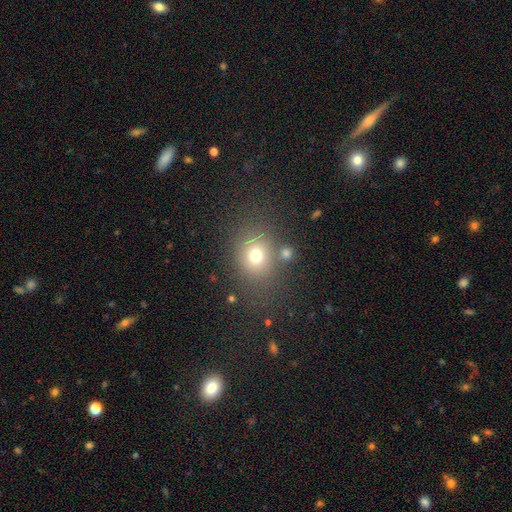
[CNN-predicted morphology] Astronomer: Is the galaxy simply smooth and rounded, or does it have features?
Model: smooth — 72%.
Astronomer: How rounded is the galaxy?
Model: round — 63%.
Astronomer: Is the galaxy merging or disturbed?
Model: none — 71%.